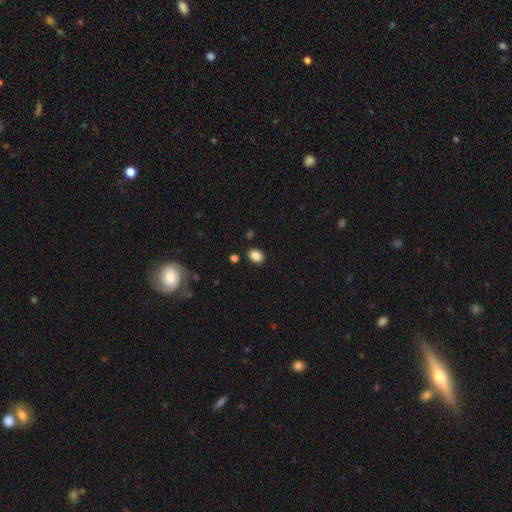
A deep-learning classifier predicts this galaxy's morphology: The model was most divided on "how rounded": in between: 63%, round: 37%, cigar-shaped: 1%. More confident: smooth or featured — smooth (86%); merging — none (86%).